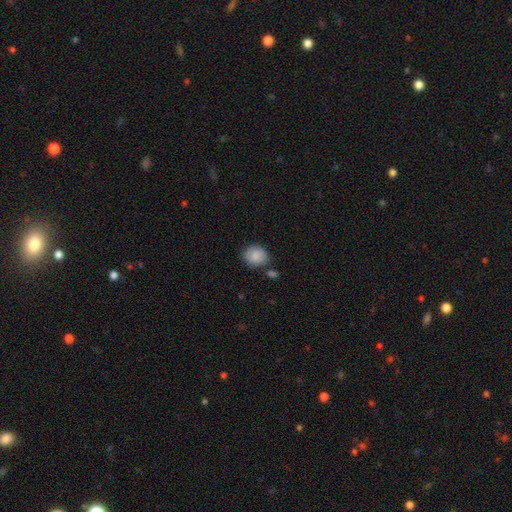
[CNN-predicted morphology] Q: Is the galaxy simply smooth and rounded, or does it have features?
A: smooth — 86%.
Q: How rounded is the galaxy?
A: round — 71%.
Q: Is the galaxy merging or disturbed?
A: none — 73%.